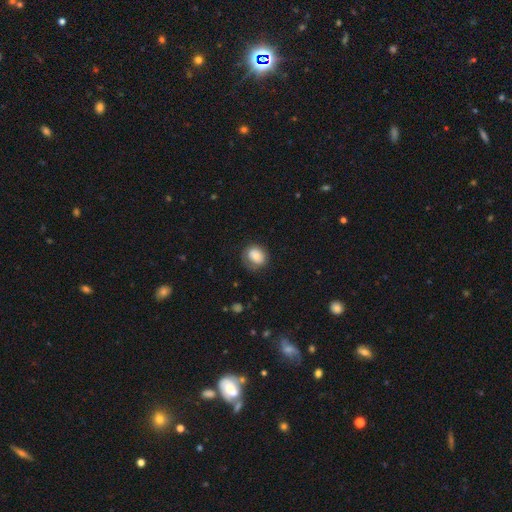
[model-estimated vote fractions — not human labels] smooth-or-featured: smooth: 74% | featured or disk: 18% | star or artifact: 8%
  how-rounded: round: 62% | in between: 37% | cigar-shaped: 1%
  merging: none: 65% | minor disturbance: 23% | major disturbance: 11% | merger: 2%